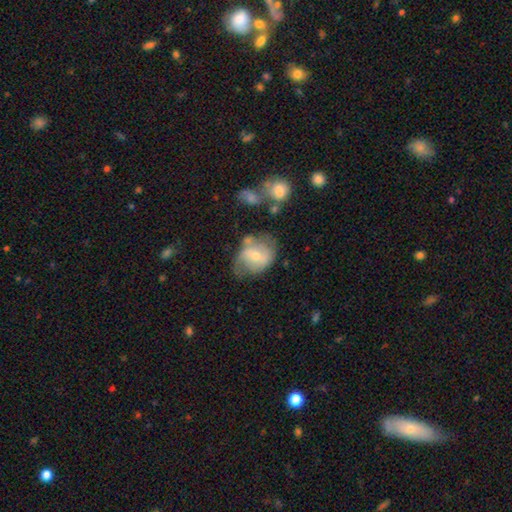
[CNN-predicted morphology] Q: Smooth or featured?
A: featured or disk (53%); runner-up: smooth (39%)
Q: Edge-on disk?
A: no (96%); runner-up: yes (4%)
Q: Bar?
A: weak (46%); runner-up: no (39%)
Q: Spiral arms?
A: yes (71%); runner-up: no (29%)
Q: Bulge size?
A: moderate (48%); runner-up: small (42%)
Q: Merging?
A: none (40%); runner-up: minor disturbance (27%)